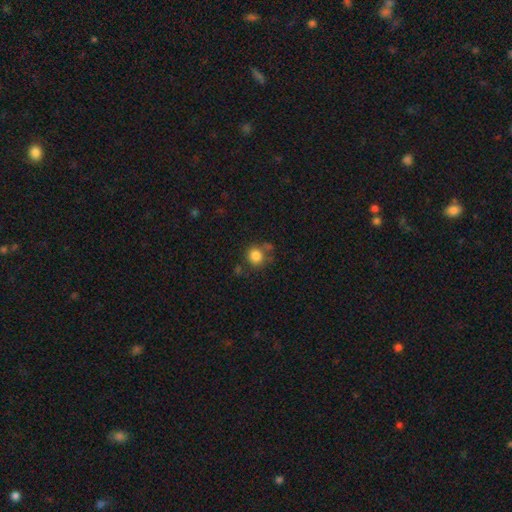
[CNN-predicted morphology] type=smooth (83%); roundness=round (88%); merging=none (66%).